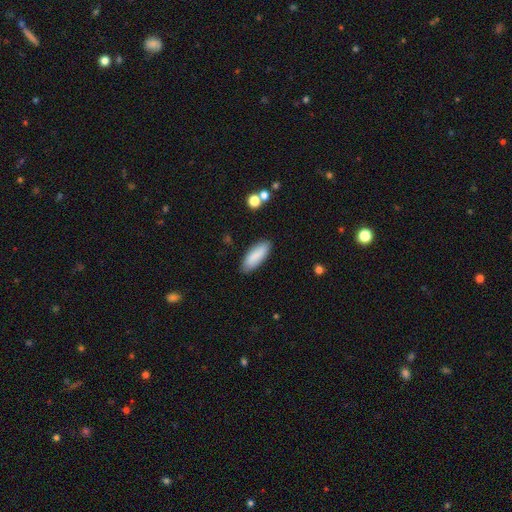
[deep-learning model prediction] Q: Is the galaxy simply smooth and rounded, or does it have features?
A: smooth — 86%.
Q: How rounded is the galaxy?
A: in between — 65%.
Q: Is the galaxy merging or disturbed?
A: none — 85%.